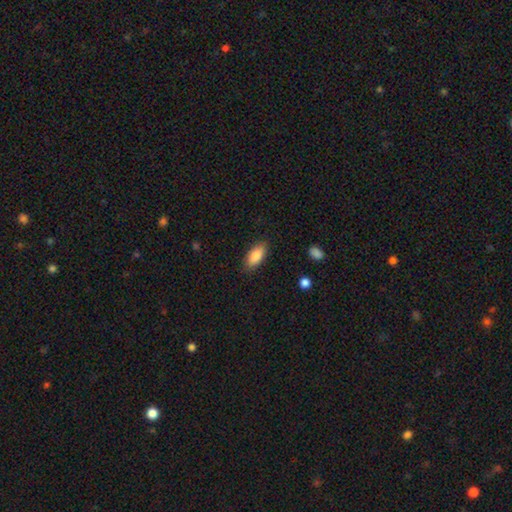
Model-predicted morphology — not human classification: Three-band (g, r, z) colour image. It shows a smooth galaxy with no disk features (85%) that is in between round and cigar-shaped (85%). Merging: none (86%).